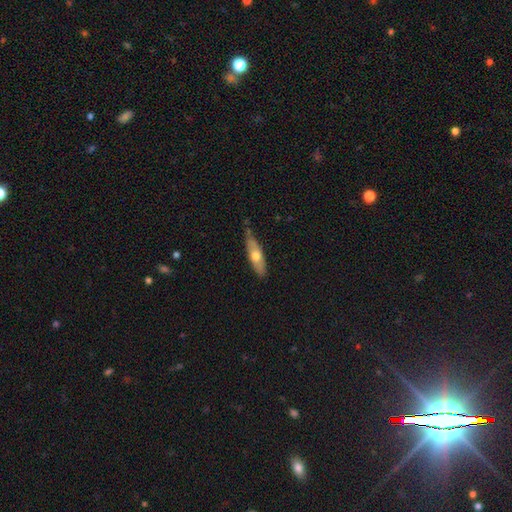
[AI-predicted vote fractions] Smooth or featured? smooth (55%)
How rounded? cigar-shaped (58%)
Merging? none (73%)